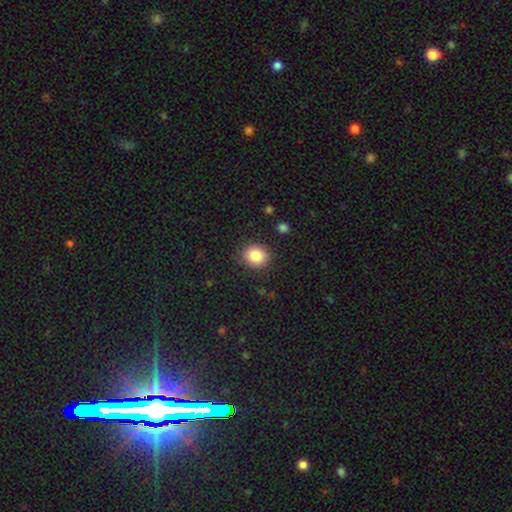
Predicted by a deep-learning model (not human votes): Smooth or featured? smooth (86%)
How rounded? round (76%)
Merging? none (88%)